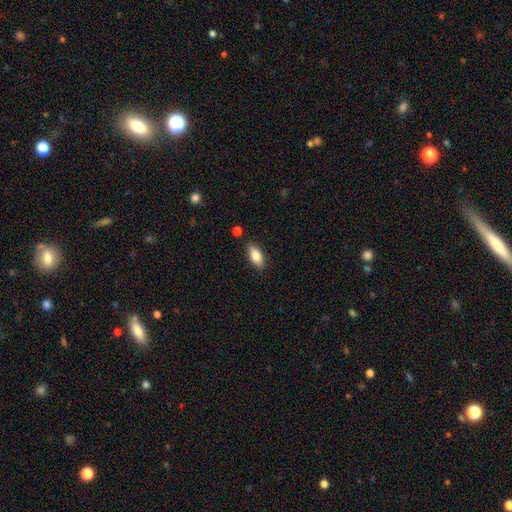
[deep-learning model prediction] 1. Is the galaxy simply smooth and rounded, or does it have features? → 79% smooth, 14% featured or disk, 7% star or artifact.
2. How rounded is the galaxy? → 83% in between, 14% cigar-shaped, 3% round.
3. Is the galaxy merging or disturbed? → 86% none, 10% minor disturbance, 2% merger, 2% major disturbance.